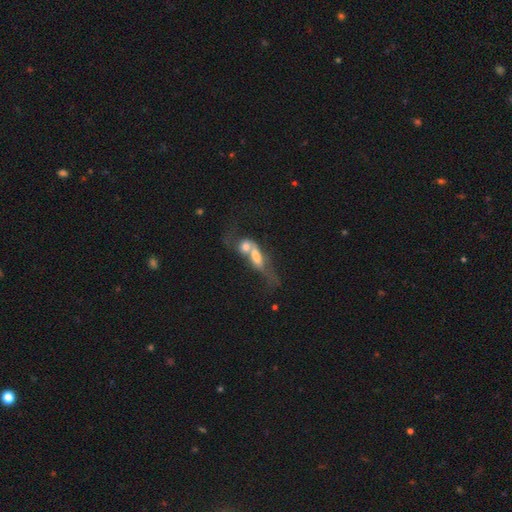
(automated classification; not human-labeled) Smooth or featured? featured or disk (45%, tied with smooth)
Merging? merger (74%)